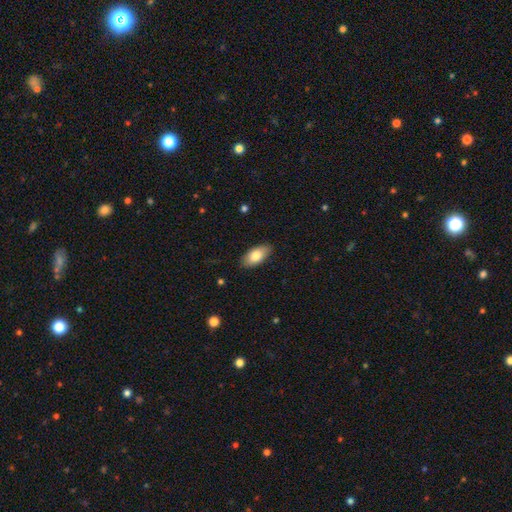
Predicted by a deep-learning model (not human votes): Morphology: type=smooth (82%); roundness=in between (92%); merging=none (88%).